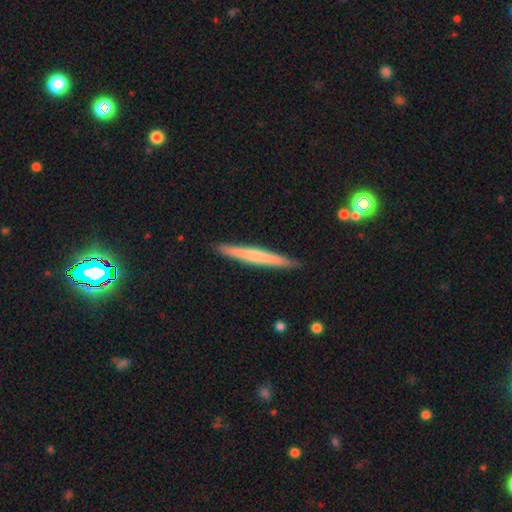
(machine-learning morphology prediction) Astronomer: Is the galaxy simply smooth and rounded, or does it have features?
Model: smooth — 48% (runner-up: featured or disk, 46%).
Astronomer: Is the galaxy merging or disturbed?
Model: none — 91%.